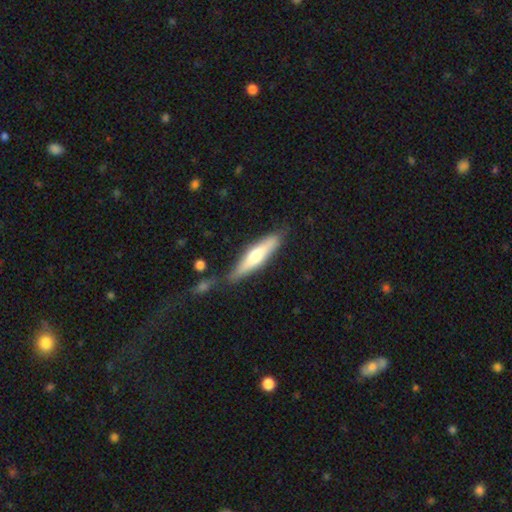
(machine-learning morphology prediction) Overall: smooth (54%; featured or disk 41%). How rounded: cigar-shaped (80%). Merging: none (67%).